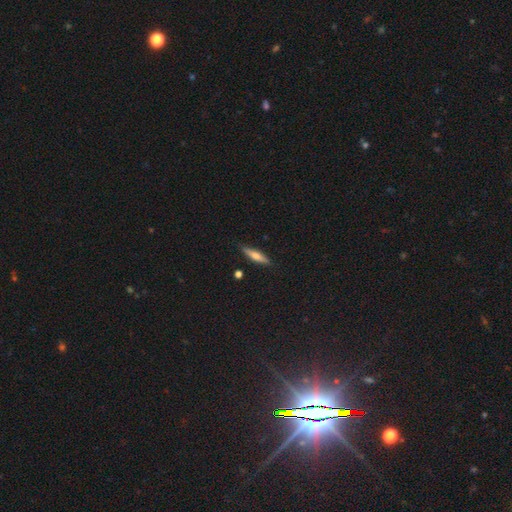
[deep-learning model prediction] smooth-or-featured: smooth: 49% | featured or disk: 44% | star or artifact: 7%
  merging: none: 86% | minor disturbance: 10% | merger: 2% | major disturbance: 2%